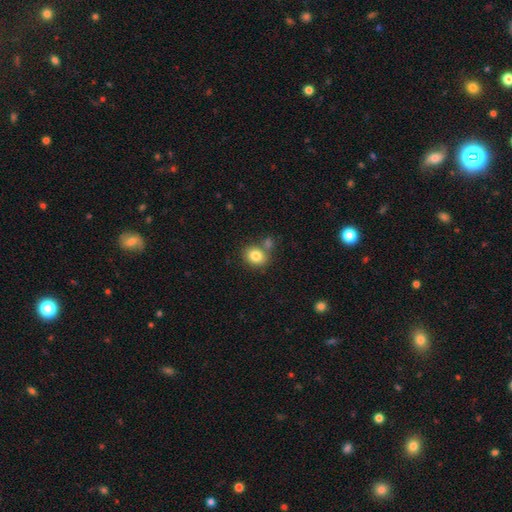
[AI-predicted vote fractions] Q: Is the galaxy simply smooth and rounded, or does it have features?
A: smooth — 83%.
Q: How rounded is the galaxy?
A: round — 52%.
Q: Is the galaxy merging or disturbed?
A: none — 64%.